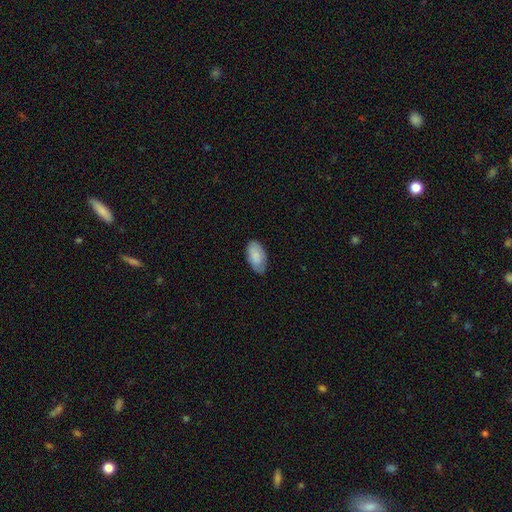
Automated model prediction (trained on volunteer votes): Overall: smooth (87%). How rounded: in between (95%). Merging: none (76%).